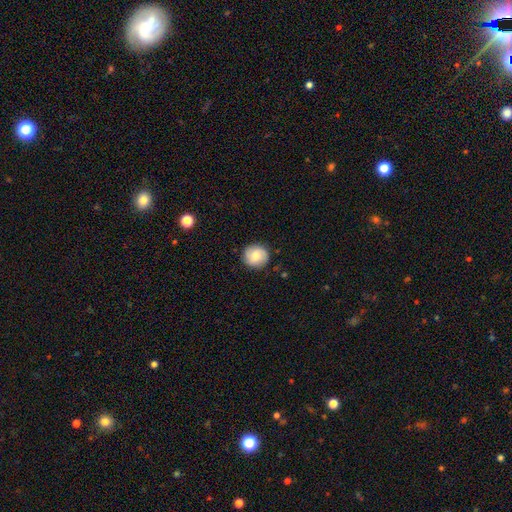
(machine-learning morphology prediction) The model was most divided on "smooth or featured": smooth: 67%, featured or disk: 25%, star or artifact: 8%. More confident: how rounded — round (90%); merging — none (87%).